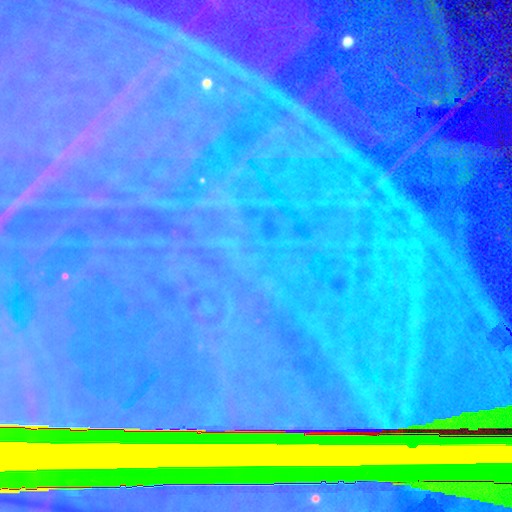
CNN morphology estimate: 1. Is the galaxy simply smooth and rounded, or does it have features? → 85% star or artifact, 8% smooth, 7% featured or disk.